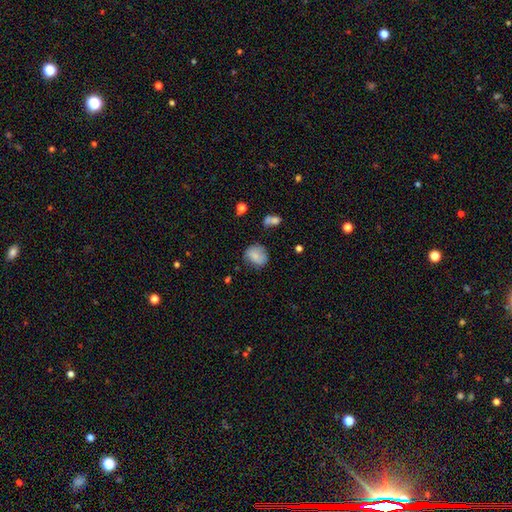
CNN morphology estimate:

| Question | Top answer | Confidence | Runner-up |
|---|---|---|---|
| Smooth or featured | smooth | 75% | featured or disk (16%) |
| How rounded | round | 60% | in between (39%) |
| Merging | none | 59% | minor disturbance (28%) |